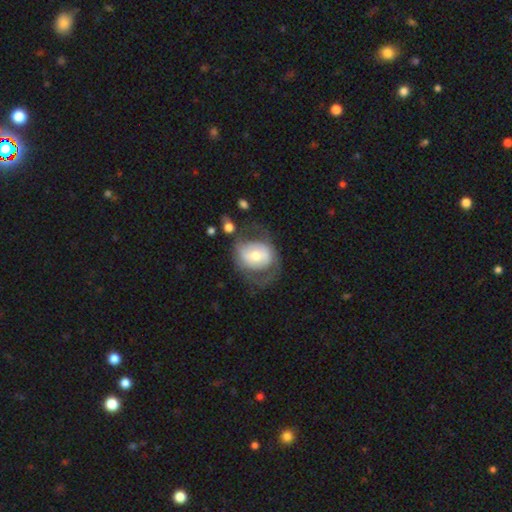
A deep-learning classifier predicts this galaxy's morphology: Smooth or featured? featured or disk (55%)
Edge-on disk? no (95%)
Bar? no (47%)
Spiral arms? yes (51%)
Bulge size? moderate (60%)
Merging? none (49%)